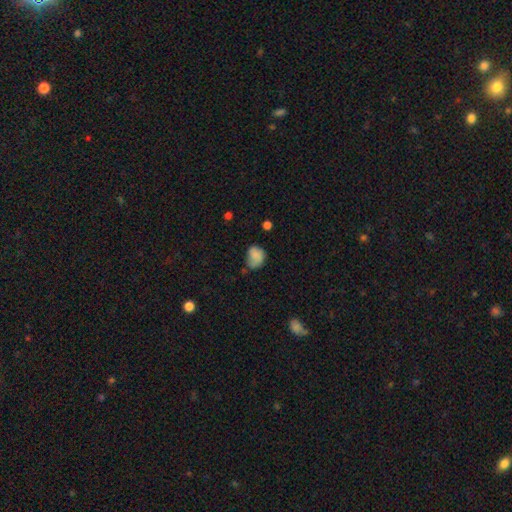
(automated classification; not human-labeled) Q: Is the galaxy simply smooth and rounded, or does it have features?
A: smooth — 75%.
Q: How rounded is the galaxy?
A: in between — 53%.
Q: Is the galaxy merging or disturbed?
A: none — 42%.